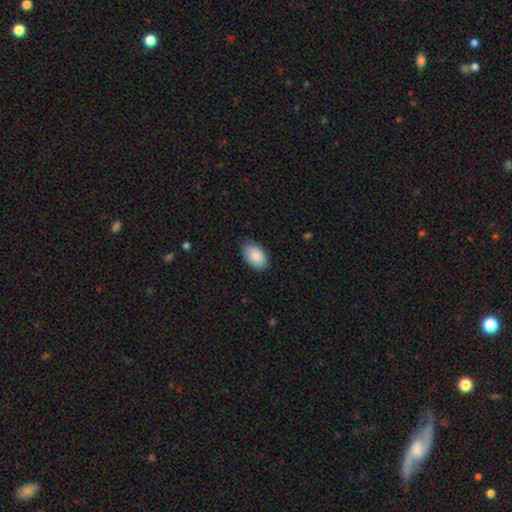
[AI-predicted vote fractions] A smooth galaxy with no disk features (89%) that is in between round and cigar-shaped (94%). Merging: none (84%).